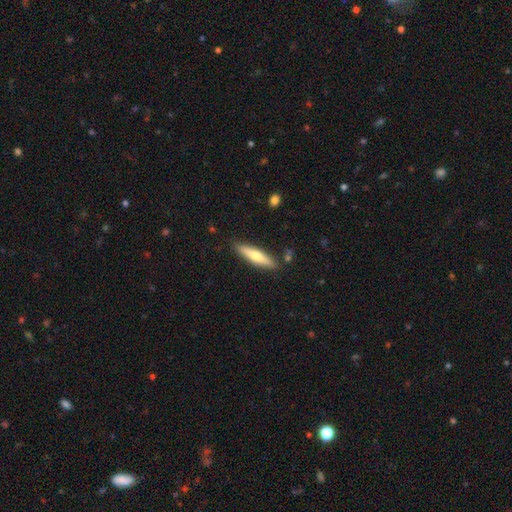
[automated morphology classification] This appears to be a smooth galaxy with no disk features (56%) that is cigar-shaped (78%). Merging: none (87%).